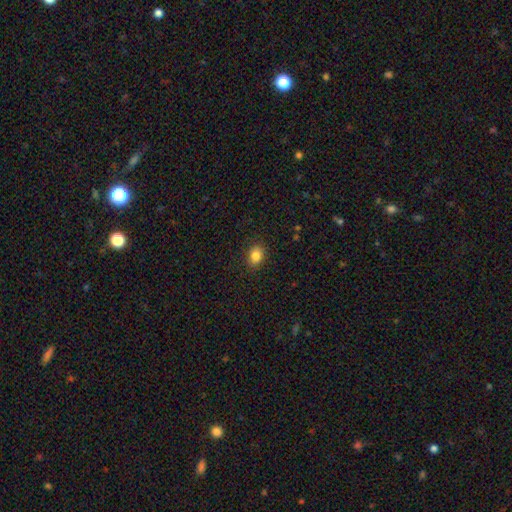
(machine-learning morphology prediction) smooth 84%, star or artifact 10%, featured or disk 6%. Down the decision tree: how rounded — in between (65%); merging — none (89%).